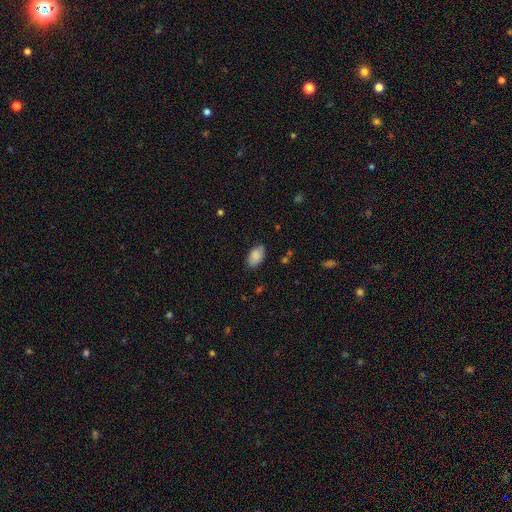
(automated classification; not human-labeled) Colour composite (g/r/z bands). It shows a smooth galaxy with no disk features (87%) that is in between round and cigar-shaped (94%). Merging: none (82%).